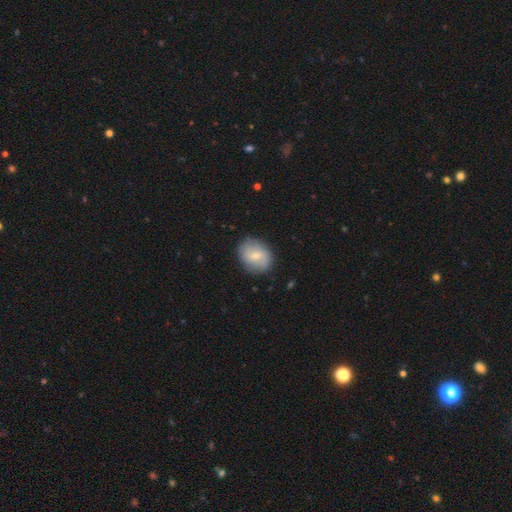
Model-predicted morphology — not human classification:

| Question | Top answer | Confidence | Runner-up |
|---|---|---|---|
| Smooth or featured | smooth | 56% | featured or disk (37%) |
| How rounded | round | 50% | in between (49%) |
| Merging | none | 83% | minor disturbance (12%) |